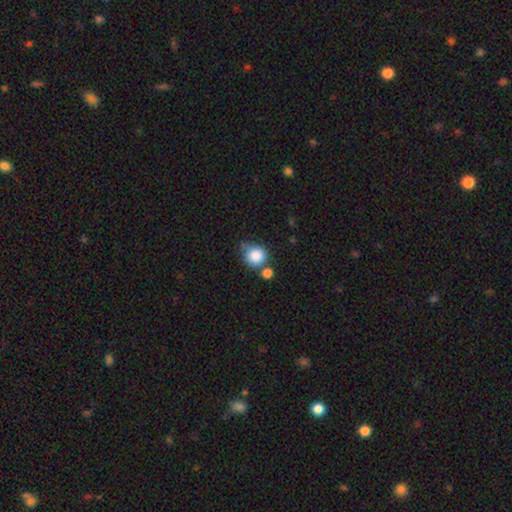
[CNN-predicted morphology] The model was most divided on "merging": none: 58%, merger: 22%, minor disturbance: 16%, major disturbance: 5%. More confident: how rounded — round (88%); smooth or featured — smooth (85%).